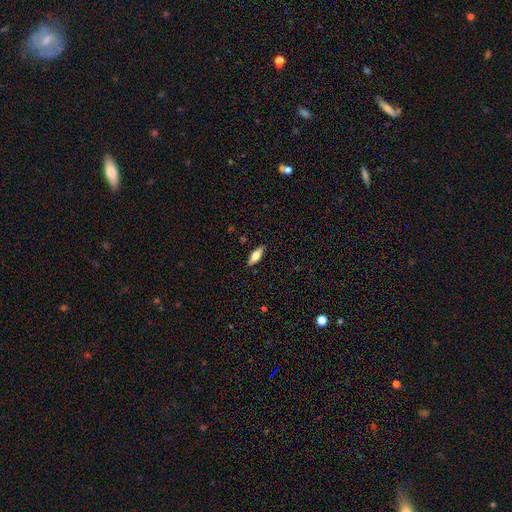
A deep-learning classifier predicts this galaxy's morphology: Smooth or featured?
  - smooth: 65% *
  - featured or disk: 29%
  - star or artifact: 7%
How rounded?
  - in between: 69% *
  - cigar-shaped: 28%
  - round: 3%
Merging?
  - none: 87% *
  - minor disturbance: 10%
  - major disturbance: 2%
  - merger: 1%